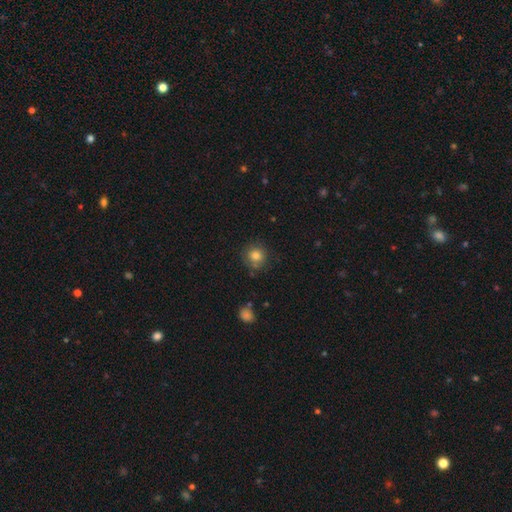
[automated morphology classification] smooth-or-featured: smooth: 81% | star or artifact: 11% | featured or disk: 8%
  how-rounded: round: 90% | in between: 9% | cigar-shaped: 1%
  merging: none: 78% | minor disturbance: 15% | major disturbance: 4% | merger: 3%